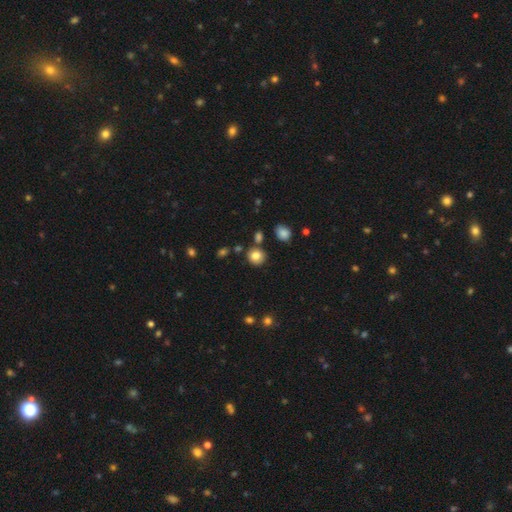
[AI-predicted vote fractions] A smooth galaxy with no disk features (83%) that is round (84%).

Vote fractions:
- Smooth or featured? smooth: 83% / star or artifact: 11% / featured or disk: 7%
- How rounded? round: 84% / in between: 15% / cigar-shaped: 1%
- Merging? none: 80% / minor disturbance: 10% / merger: 7% / major disturbance: 3%